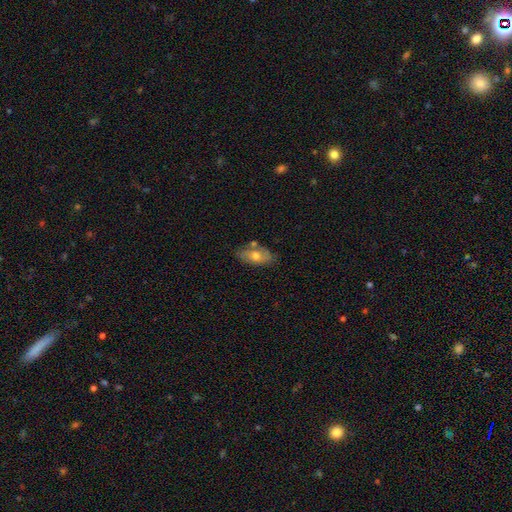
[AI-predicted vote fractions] Smooth or featured? Predicted: smooth (p=0.50). How rounded? Predicted: in between (p=0.89). Merging? Predicted: none (p=0.63).